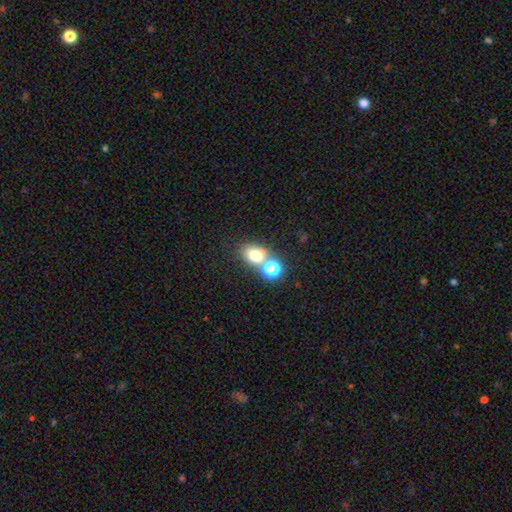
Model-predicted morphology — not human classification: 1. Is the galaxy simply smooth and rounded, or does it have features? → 71% smooth, 17% star or artifact, 12% featured or disk.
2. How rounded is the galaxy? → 53% in between, 46% round, 1% cigar-shaped.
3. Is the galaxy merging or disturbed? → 51% none, 35% merger, 10% minor disturbance, 4% major disturbance.